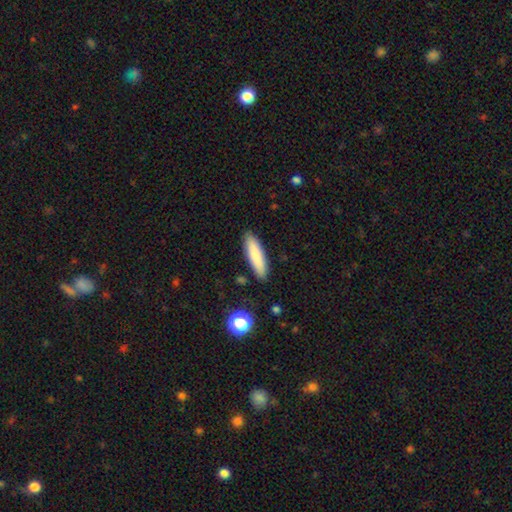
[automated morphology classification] A smooth galaxy with no disk features (84%) that is cigar-shaped (66%).

Vote fractions:
- Smooth or featured? smooth: 84% / featured or disk: 9% / star or artifact: 7%
- How rounded? cigar-shaped: 66% / in between: 32% / round: 2%
- Merging? none: 87% / minor disturbance: 10% / major disturbance: 2% / merger: 2%